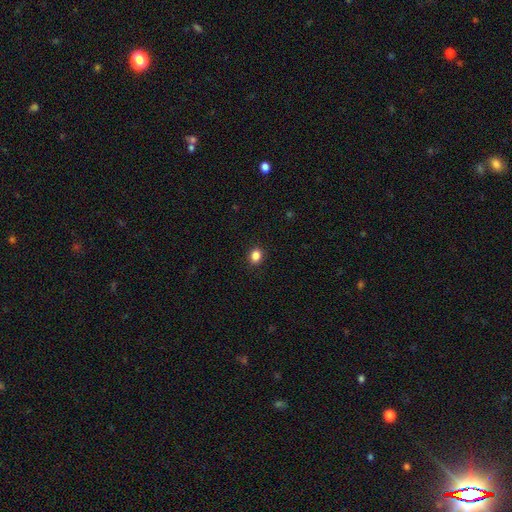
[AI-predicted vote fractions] The model was most divided on "how rounded": round: 60%, in between: 39%, cigar-shaped: 1%. More confident: merging — none (91%); smooth or featured — smooth (85%).